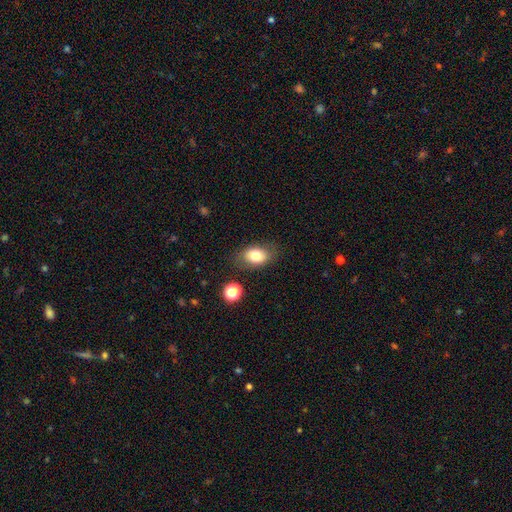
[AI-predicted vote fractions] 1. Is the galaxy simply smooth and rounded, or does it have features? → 78% smooth, 13% featured or disk, 9% star or artifact.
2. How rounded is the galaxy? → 82% in between, 16% round, 1% cigar-shaped.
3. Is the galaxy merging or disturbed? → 78% none, 15% minor disturbance, 4% major disturbance, 3% merger.